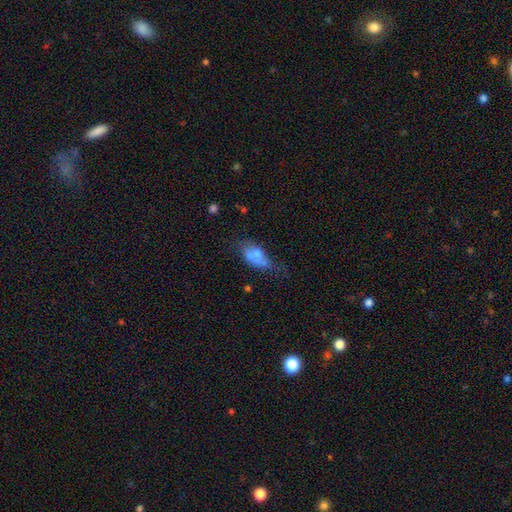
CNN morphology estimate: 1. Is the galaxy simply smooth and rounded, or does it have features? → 59% smooth, 31% featured or disk, 11% star or artifact.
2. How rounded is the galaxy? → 85% in between, 8% round, 7% cigar-shaped.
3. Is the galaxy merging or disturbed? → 31% none, 28% minor disturbance, 24% major disturbance, 16% merger.